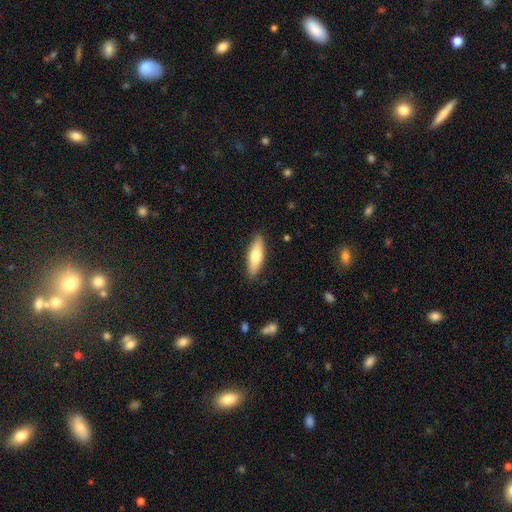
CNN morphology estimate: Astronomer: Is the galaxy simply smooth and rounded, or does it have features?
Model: smooth — 70%.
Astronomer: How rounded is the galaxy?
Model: in between — 52% (runner-up: cigar-shaped, 46%).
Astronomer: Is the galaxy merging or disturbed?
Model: none — 88%.